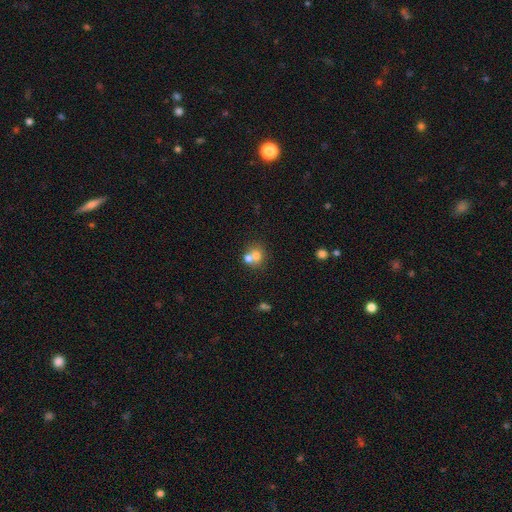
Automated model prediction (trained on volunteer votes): This is likely a smooth galaxy (69%). How rounded: likely round (73%). Merging: possibly merger (53%).